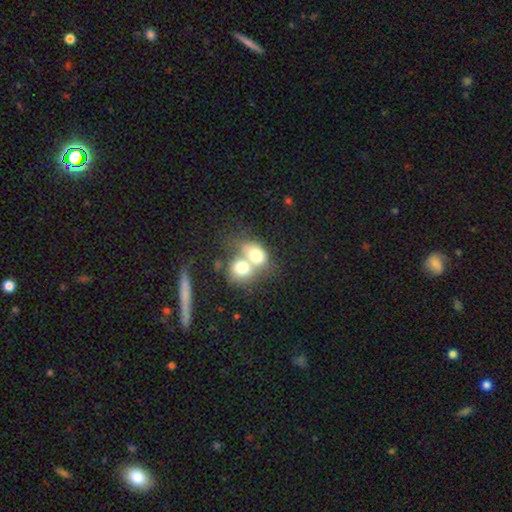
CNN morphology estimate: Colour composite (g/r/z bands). It shows a smooth galaxy with no disk features (70%) that is in between round and cigar-shaped (55%). Merging: merger (72%).